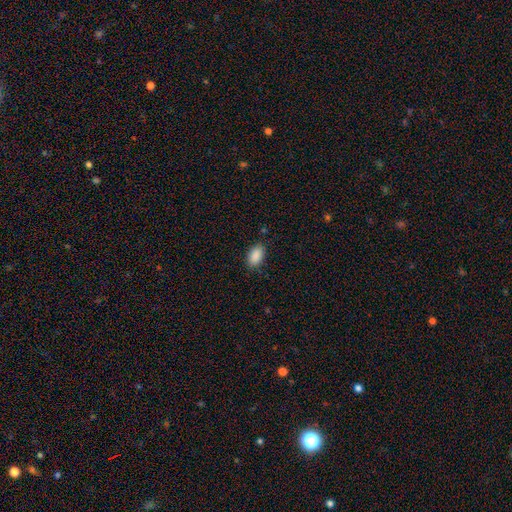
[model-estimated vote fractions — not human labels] Overall: smooth (89%). How rounded: in between (92%). Merging: none (83%).